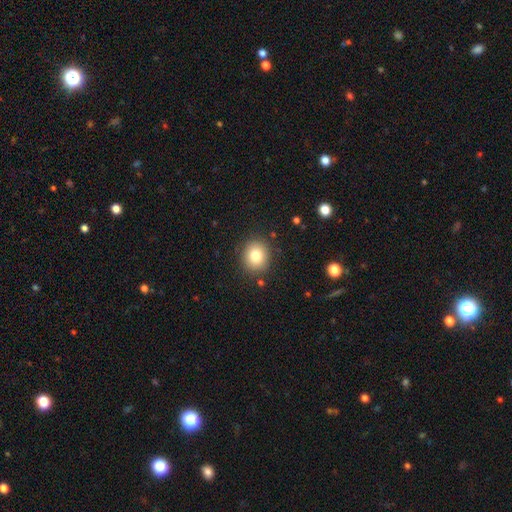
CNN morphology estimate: smooth_or_featured: smooth (p=0.81) [alt: star or artifact p=0.10]
how_rounded: round (p=0.74) [alt: in between p=0.25]
merging: none (p=0.87) [alt: minor disturbance p=0.09]